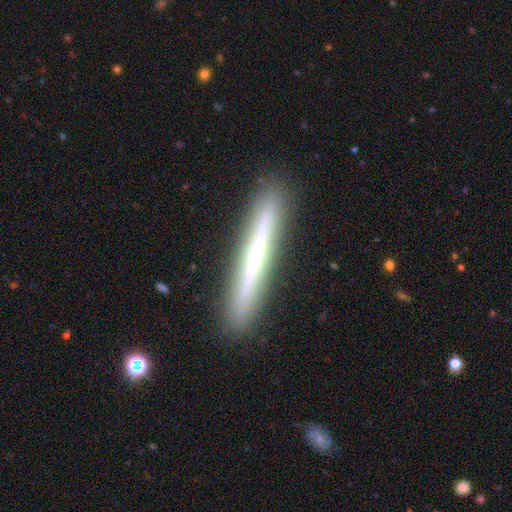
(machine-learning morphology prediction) Overall: featured or disk (61%; smooth 33%). Edge-on disk: yes (96%). Edge-on bulge: none (51%; rounded 44%). Merging: none (92%).